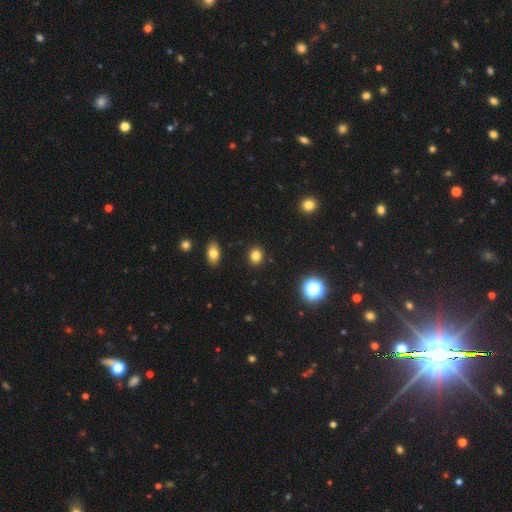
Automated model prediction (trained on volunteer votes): A smooth galaxy with no disk features (81%) that is round (74%). Merging: none (91%).